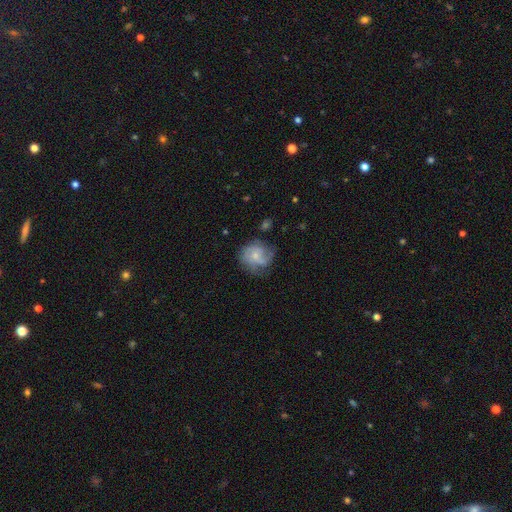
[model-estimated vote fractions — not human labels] Smooth or featured? Predicted: featured or disk (p=0.56). Edge-on disk? Predicted: no (p=0.98). Bar? Predicted: no (p=0.76). Spiral arms? Predicted: yes (p=0.80). Bulge size? Predicted: small (p=0.62). Merging? Predicted: none (p=0.55).